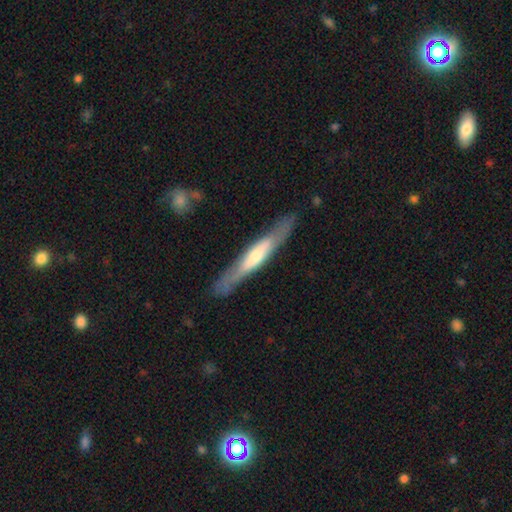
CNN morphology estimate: Q: Smooth or featured?
A: featured or disk (62%); runner-up: smooth (32%)
Q: Edge-on disk?
A: yes (85%); runner-up: no (15%)
Q: Edge-on bulge?
A: rounded (55%); runner-up: none (29%)
Q: Merging?
A: none (85%); runner-up: minor disturbance (11%)